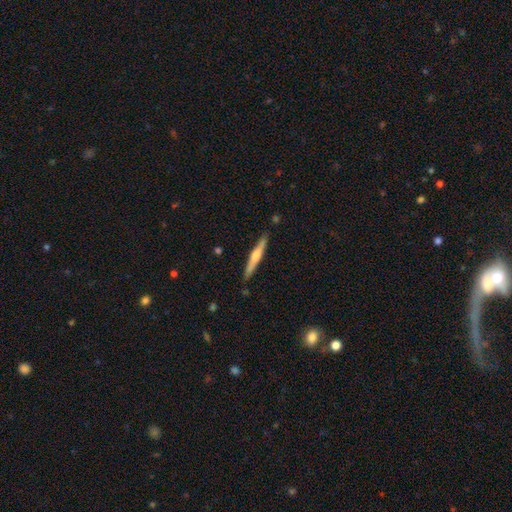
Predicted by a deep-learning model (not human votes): A featured or disk galaxy (48%).

Vote fractions:
- Smooth or featured? featured or disk: 48% / smooth: 47% / star or artifact: 5%
- Merging? none: 87% / minor disturbance: 10% / major disturbance: 2% / merger: 1%